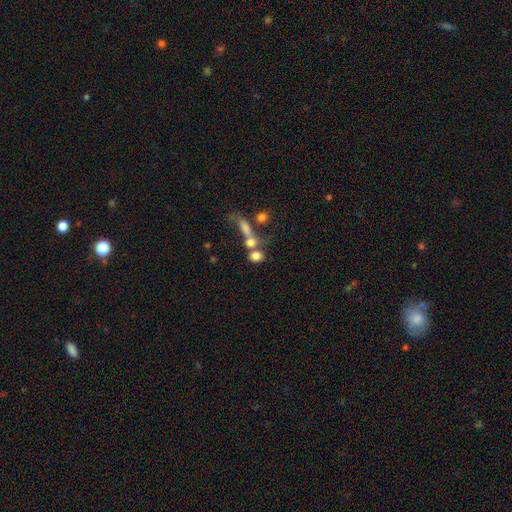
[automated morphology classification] type=smooth (76%); roundness=round (56%); merging=merger (45%).